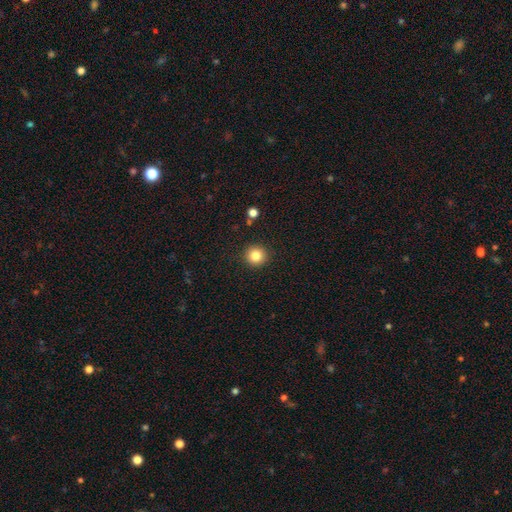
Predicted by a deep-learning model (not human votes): smooth 83%, star or artifact 11%, featured or disk 6%. Down the decision tree: how rounded — round (94%); merging — none (91%).